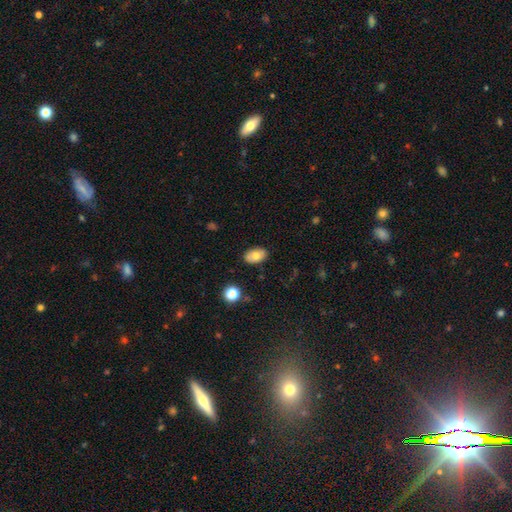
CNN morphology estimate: Smooth or featured?
  - smooth: 72% *
  - featured or disk: 20%
  - star or artifact: 8%
How rounded?
  - in between: 88% *
  - round: 11%
  - cigar-shaped: 1%
Merging?
  - none: 83% *
  - minor disturbance: 12%
  - major disturbance: 2%
  - merger: 2%